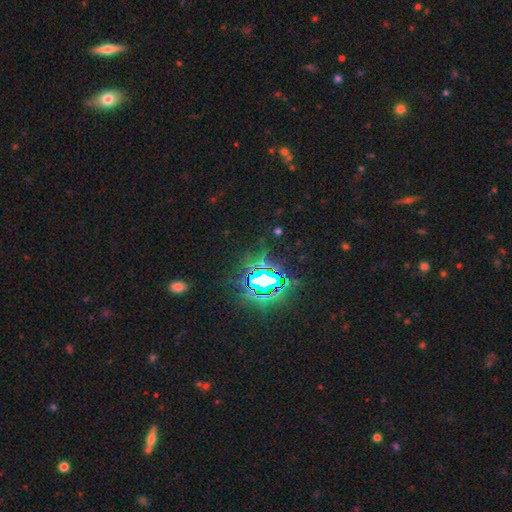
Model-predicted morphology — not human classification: smooth_or_featured: star or artifact (p=0.83) [alt: smooth p=0.09]